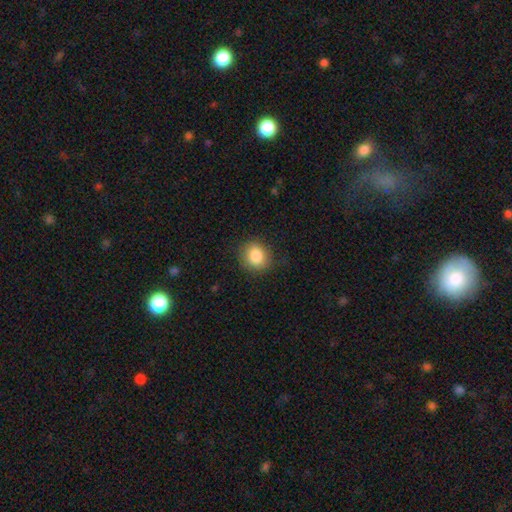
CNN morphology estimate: Smooth or featured: smooth — 85% (star or artifact — 9%)
How rounded: round — 78% (in between — 21%)
Merging: none — 86% (minor disturbance — 10%)